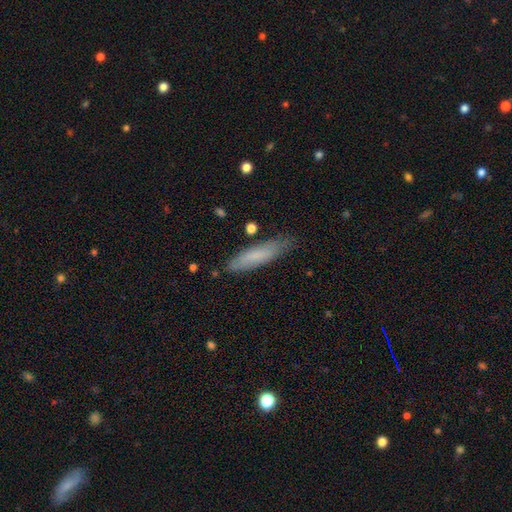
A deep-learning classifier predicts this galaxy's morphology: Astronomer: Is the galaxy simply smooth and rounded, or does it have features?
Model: smooth — 73%.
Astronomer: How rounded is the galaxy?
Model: cigar-shaped — 77%.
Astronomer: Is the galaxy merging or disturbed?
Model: none — 78%.